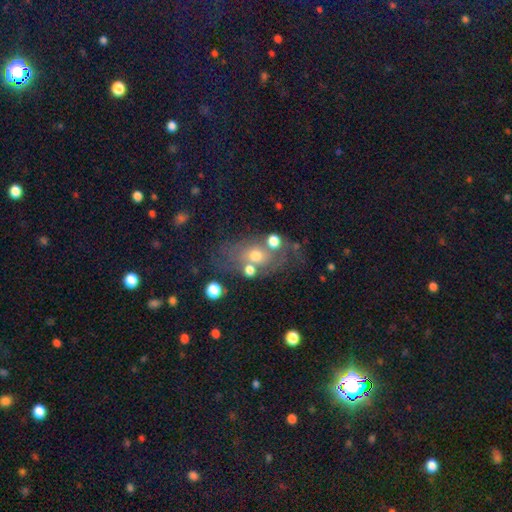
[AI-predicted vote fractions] This appears to be a featured or disk galaxy (46%). Merging: none (53%).